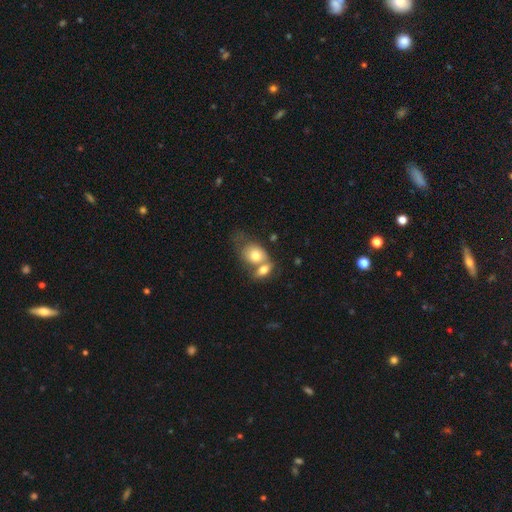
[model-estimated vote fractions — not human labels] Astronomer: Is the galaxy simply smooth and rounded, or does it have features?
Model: smooth — 74%.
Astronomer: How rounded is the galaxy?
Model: in between — 65%.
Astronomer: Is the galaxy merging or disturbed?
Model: merger — 64%.